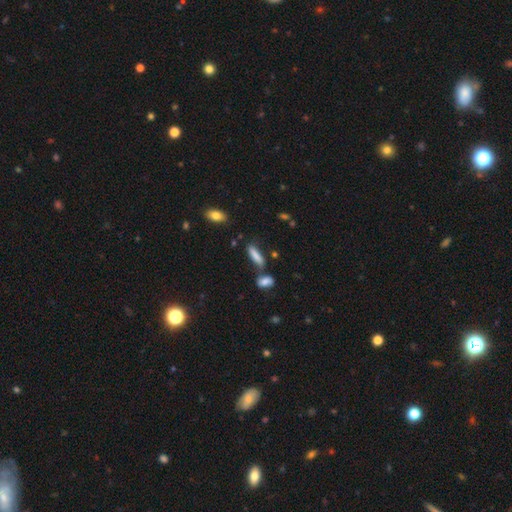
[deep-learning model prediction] A smooth galaxy with no disk features (78%) that is cigar-shaped (61%).

Vote fractions:
- Smooth or featured? smooth: 78% / featured or disk: 13% / star or artifact: 9%
- How rounded? cigar-shaped: 61% / in between: 37% / round: 2%
- Merging? none: 59% / merger: 20% / minor disturbance: 16% / major disturbance: 5%